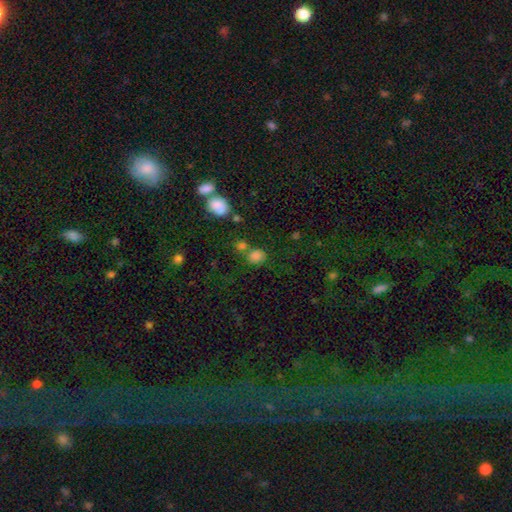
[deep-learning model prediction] The model was most divided on "how rounded": round: 60%, in between: 39%, cigar-shaped: 1%. More confident: smooth or featured — smooth (78%); merging — none (62%).